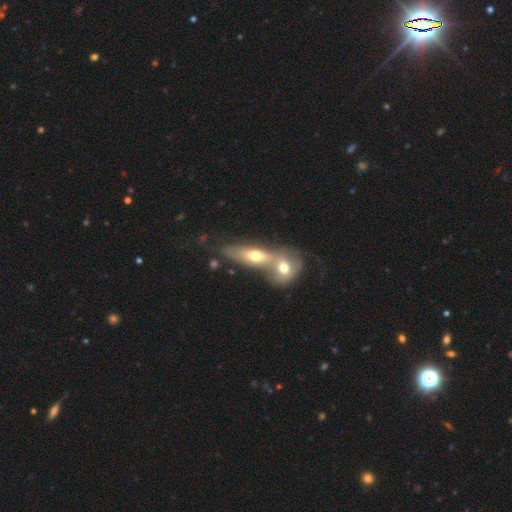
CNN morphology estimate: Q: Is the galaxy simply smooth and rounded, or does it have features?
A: smooth — 52%.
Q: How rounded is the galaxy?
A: in between — 58%.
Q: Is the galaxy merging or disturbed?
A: merger — 67%.